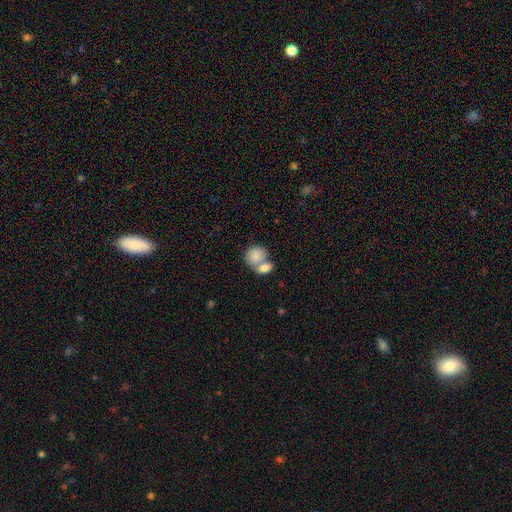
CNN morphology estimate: smooth 83%, featured or disk 11%, star or artifact 6%. Down the decision tree: how rounded — round (64%); merging — merger (61%).